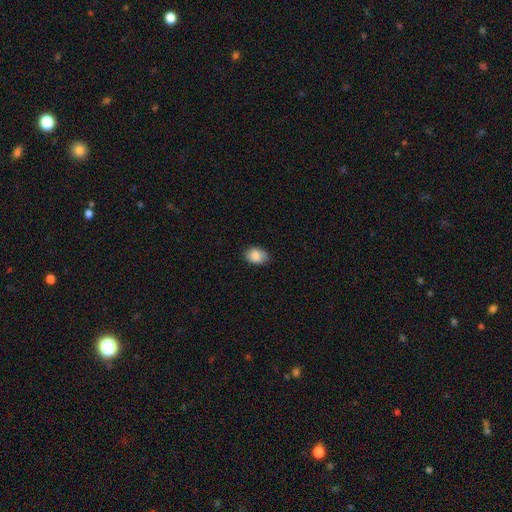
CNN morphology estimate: Smooth or featured? smooth (86%)
How rounded? in between (73%)
Merging? none (79%)